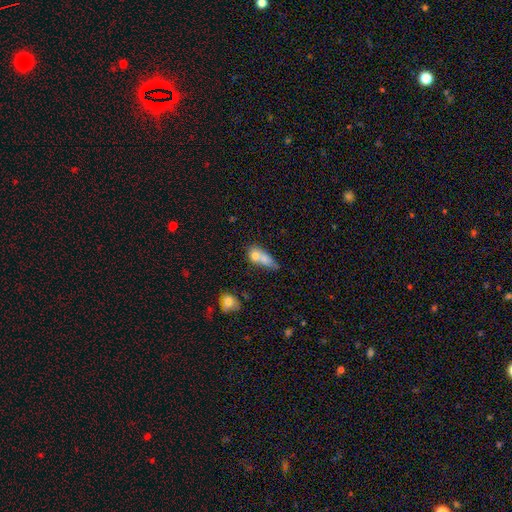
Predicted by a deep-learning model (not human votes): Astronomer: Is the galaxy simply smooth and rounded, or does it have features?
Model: smooth — 71%.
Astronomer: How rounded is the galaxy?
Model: in between — 60%.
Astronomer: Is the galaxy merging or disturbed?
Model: merger — 59%.